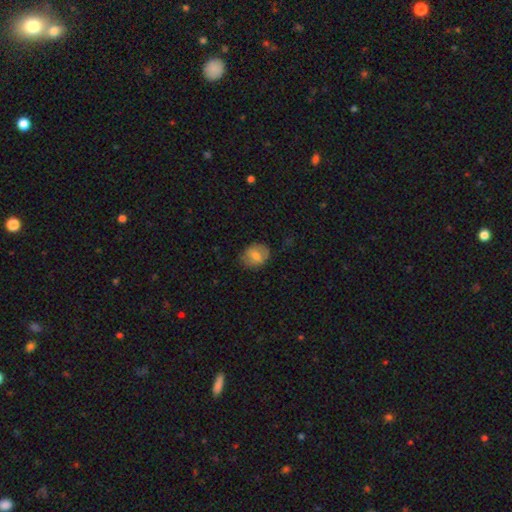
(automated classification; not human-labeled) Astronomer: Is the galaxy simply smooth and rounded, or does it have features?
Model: smooth — 70%.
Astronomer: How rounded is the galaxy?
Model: in between — 50% (runner-up: round, 49%).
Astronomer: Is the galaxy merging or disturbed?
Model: none — 74%.